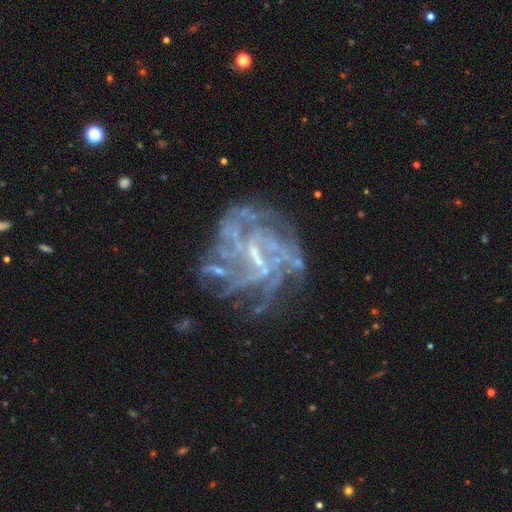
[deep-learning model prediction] A featured or disk galaxy (80%) with a weak bar (50%), tight (45%) spiral arms (76%) and a small central bulge (46%).

Vote fractions:
- Smooth or featured? featured or disk: 80% / star or artifact: 13% / smooth: 7%
- Edge-on disk? no: 97% / yes: 3%
- Bar? weak: 50% / no: 28% / strong: 22%
- Spiral arms? yes: 76% / no: 24%
- Spiral winding? tight: 45% / medium: 37% / loose: 18%
- Spiral arm count? can't tell: 45% / 4: 17% / more than 4: 12% / 3: 11% / 2: 9% / 1: 7%
- Bulge size? small: 46% / none: 35% / moderate: 17% / large: 1% / dominant: 1%
- Merging? none: 55% / major disturbance: 23% / minor disturbance: 17% / merger: 4%